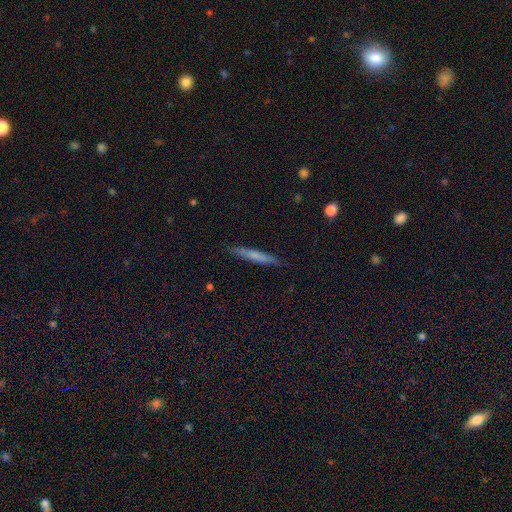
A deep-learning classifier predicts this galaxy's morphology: type=smooth (65%); roundness=cigar-shaped (95%); merging=none (88%).